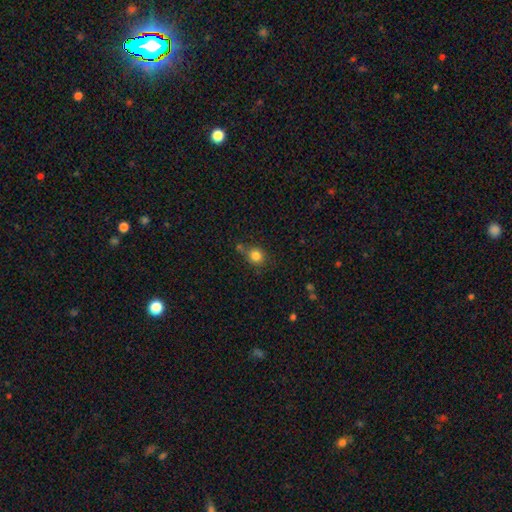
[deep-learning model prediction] A smooth galaxy with no disk features (82%) that is round (84%).

Vote fractions:
- Smooth or featured? smooth: 82% / star or artifact: 11% / featured or disk: 6%
- How rounded? round: 84% / in between: 15% / cigar-shaped: 1%
- Merging? none: 64% / minor disturbance: 17% / merger: 13% / major disturbance: 6%